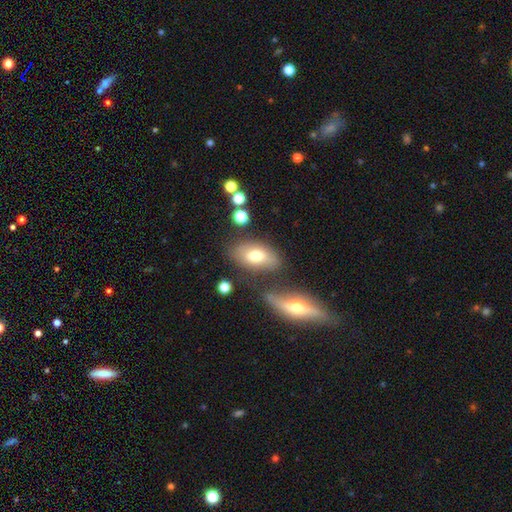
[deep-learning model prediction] This appears to be a smooth galaxy with no disk features (72%) that is in between round and cigar-shaped (90%). Merging: none (65%).